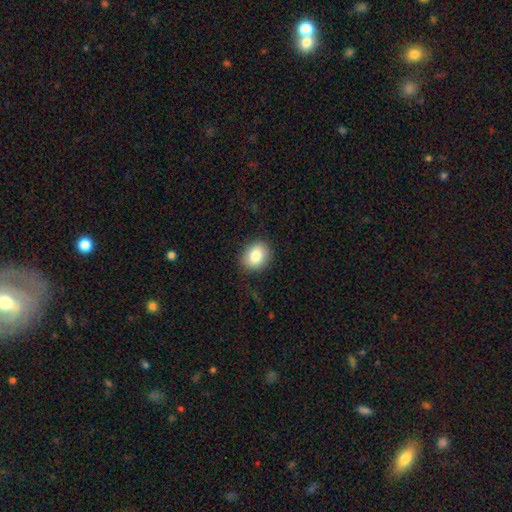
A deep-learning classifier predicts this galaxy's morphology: This appears to be a smooth galaxy with no disk features (83%) that is round (55%). Merging: none (86%).